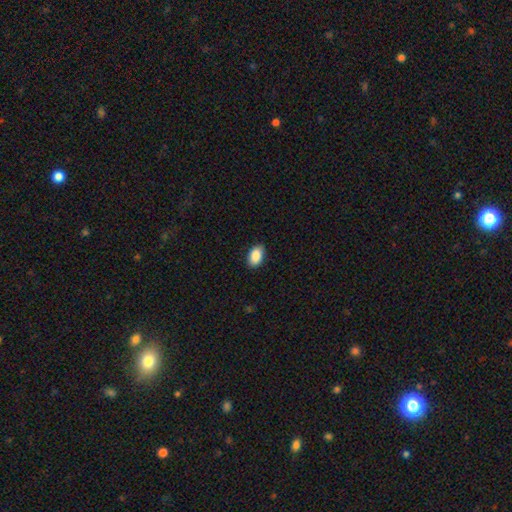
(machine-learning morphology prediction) Smooth or featured: smooth — 90% (star or artifact — 7%)
How rounded: in between — 91% (round — 7%)
Merging: none — 88% (minor disturbance — 9%)